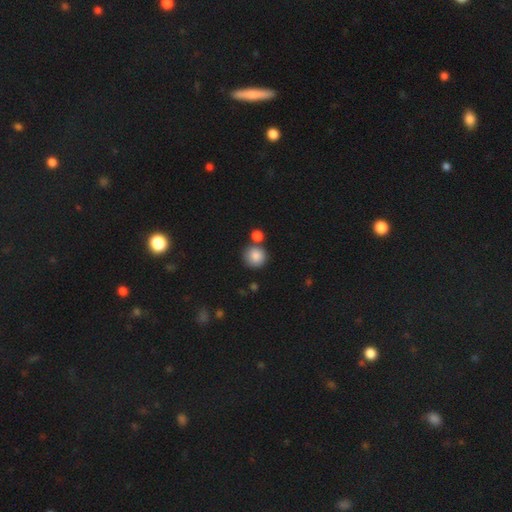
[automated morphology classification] smooth-or-featured: smooth: 86% | star or artifact: 8% | featured or disk: 6%
  how-rounded: round: 92% | in between: 7% | cigar-shaped: 1%
  merging: none: 69% | merger: 18% | minor disturbance: 10% | major disturbance: 3%